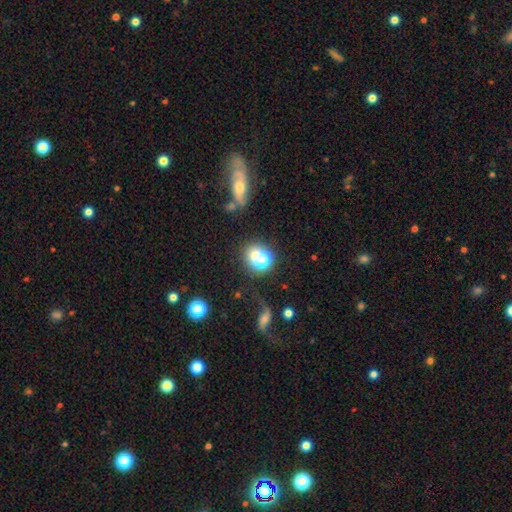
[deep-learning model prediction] smooth_or_featured: smooth (p=0.57) [alt: star or artifact p=0.22]
how_rounded: round (p=0.72) [alt: in between p=0.26]
merging: none (p=0.44) [alt: merger p=0.37]